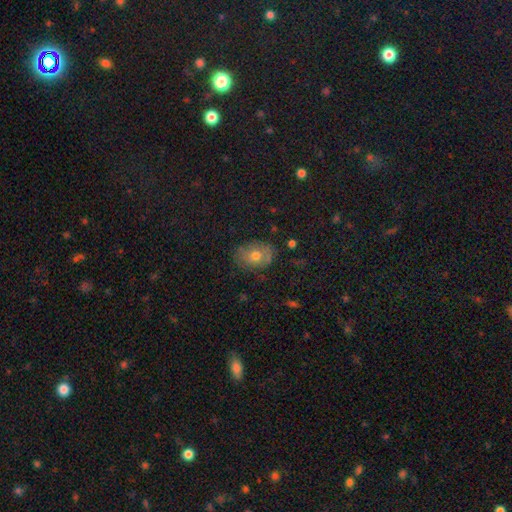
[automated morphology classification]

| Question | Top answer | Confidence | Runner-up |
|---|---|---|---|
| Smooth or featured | smooth | 58% | featured or disk (30%) |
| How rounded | in between | 69% | round (30%) |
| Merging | none | 74% | minor disturbance (19%) |